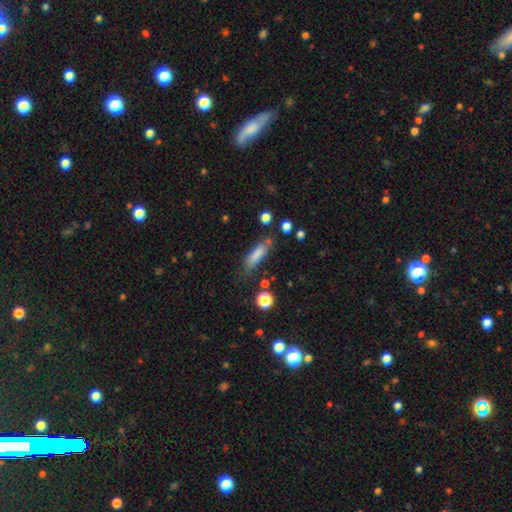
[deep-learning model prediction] smooth-or-featured: smooth: 80% | featured or disk: 11% | star or artifact: 9%
  how-rounded: cigar-shaped: 52% | in between: 45% | round: 3%
  merging: none: 66% | minor disturbance: 20% | major disturbance: 7% | merger: 6%